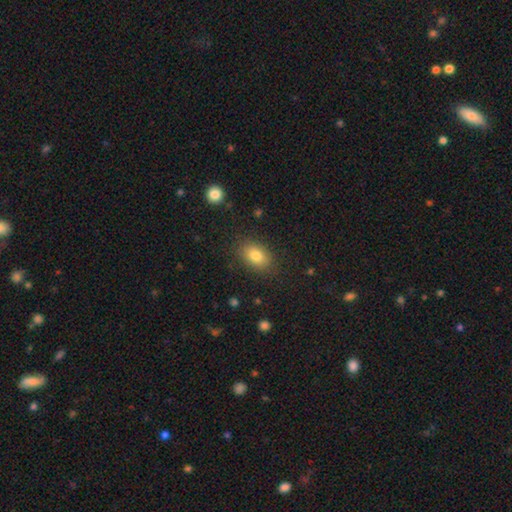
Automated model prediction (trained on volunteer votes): Overall: smooth (82%). How rounded: in between (82%). Merging: none (85%).